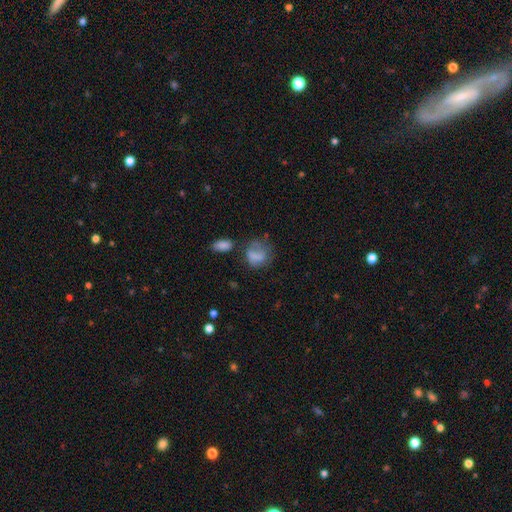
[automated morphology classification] smooth-or-featured: smooth: 67% | featured or disk: 22% | star or artifact: 11%
  how-rounded: round: 50% | in between: 48% | cigar-shaped: 2%
  merging: none: 39% | major disturbance: 26% | minor disturbance: 25% | merger: 11%